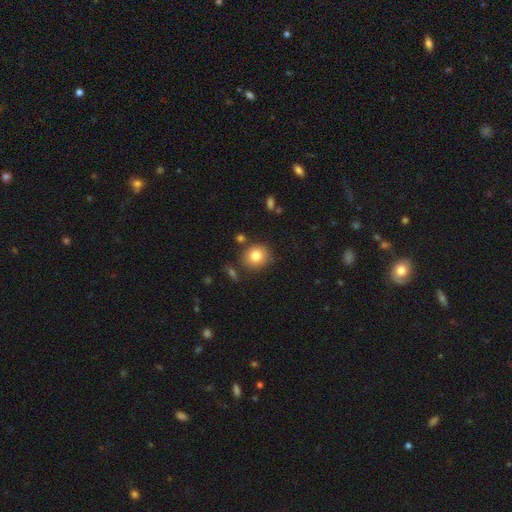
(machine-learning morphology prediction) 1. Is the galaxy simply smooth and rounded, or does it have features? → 81% smooth, 10% star or artifact, 9% featured or disk.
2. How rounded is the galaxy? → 82% round, 17% in between, 1% cigar-shaped.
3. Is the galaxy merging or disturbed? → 82% none, 10% minor disturbance, 5% merger, 3% major disturbance.